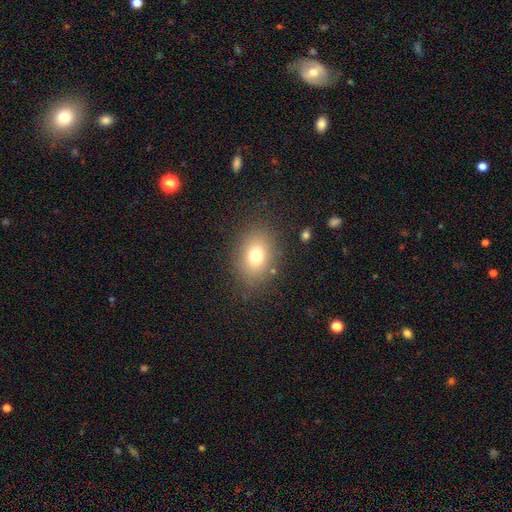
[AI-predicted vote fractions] smooth_or_featured: smooth (p=0.75) [alt: star or artifact p=0.13]
how_rounded: in between (p=0.67) [alt: round p=0.32]
merging: none (p=0.83) [alt: minor disturbance p=0.11]